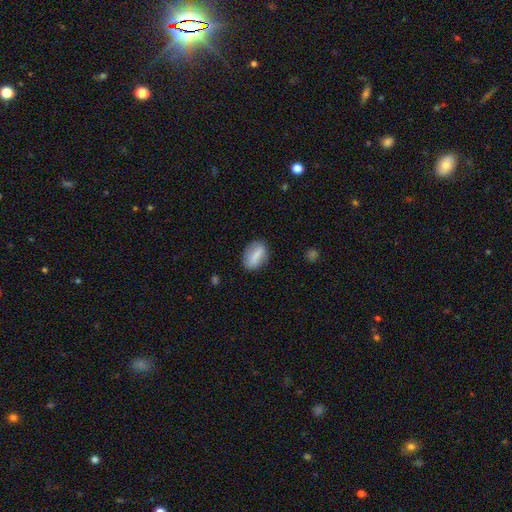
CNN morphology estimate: Smooth or featured: smooth — 72% (featured or disk — 21%)
How rounded: in between — 79% (round — 11%)
Merging: none — 80% (minor disturbance — 14%)